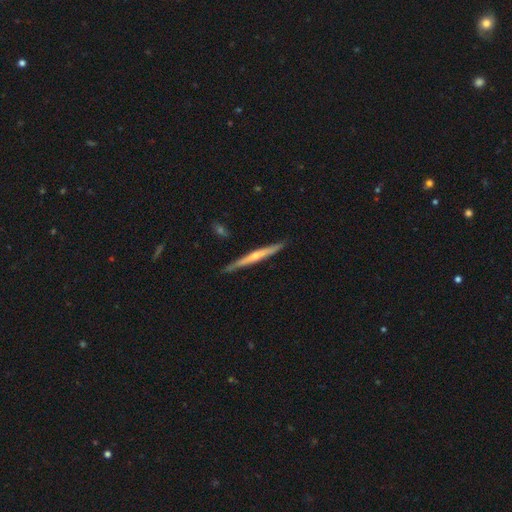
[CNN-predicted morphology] A featured or disk galaxy (72%) viewed edge-on (98%) with a rounded central bulge (72%).

Vote fractions:
- Smooth or featured? featured or disk: 72% / smooth: 22% / star or artifact: 6%
- Edge-on disk? yes: 98% / no: 2%
- Edge-on bulge? rounded: 72% / none: 21% / boxy: 7%
- Merging? none: 89% / minor disturbance: 8% / merger: 1% / major disturbance: 1%